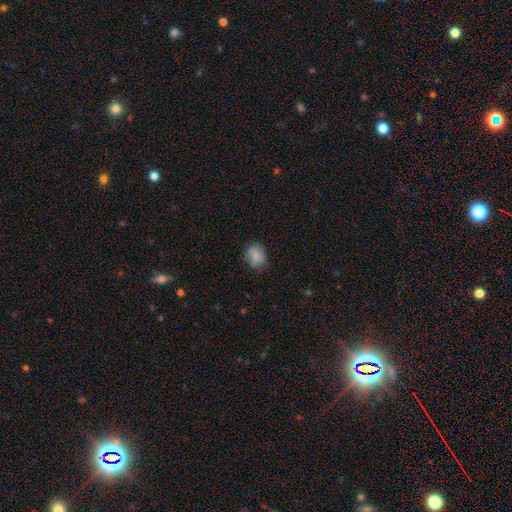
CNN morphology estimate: This is clearly a smooth galaxy (83%). How rounded: possibly round (54%). Merging: likely none (78%).